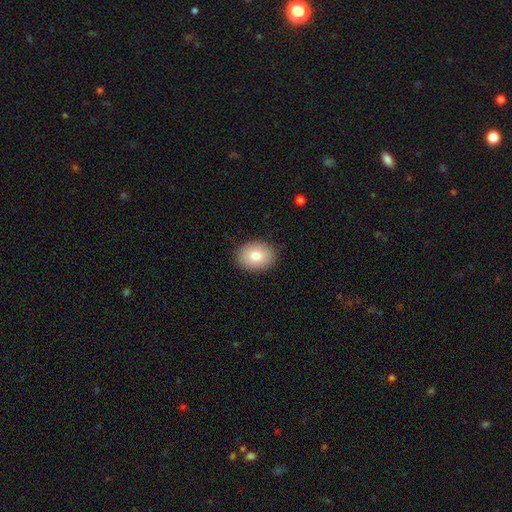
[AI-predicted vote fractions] Smooth or featured? Predicted: smooth (p=0.82). How rounded? Predicted: in between (p=0.65). Merging? Predicted: none (p=0.87).